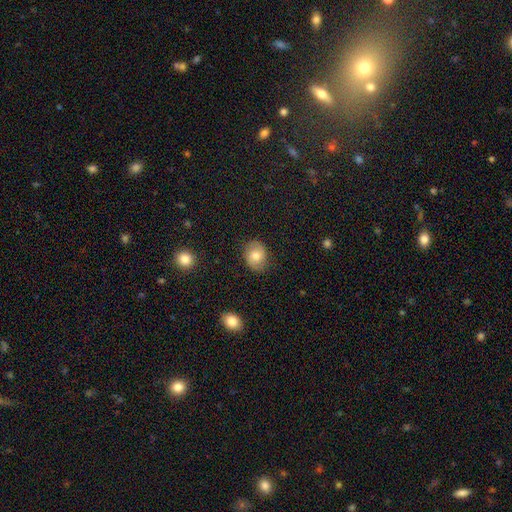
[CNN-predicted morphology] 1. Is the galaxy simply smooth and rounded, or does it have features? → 72% smooth, 20% featured or disk, 8% star or artifact.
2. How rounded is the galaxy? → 51% in between, 48% round, 1% cigar-shaped.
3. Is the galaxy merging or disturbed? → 82% none, 13% minor disturbance, 3% major disturbance, 1% merger.